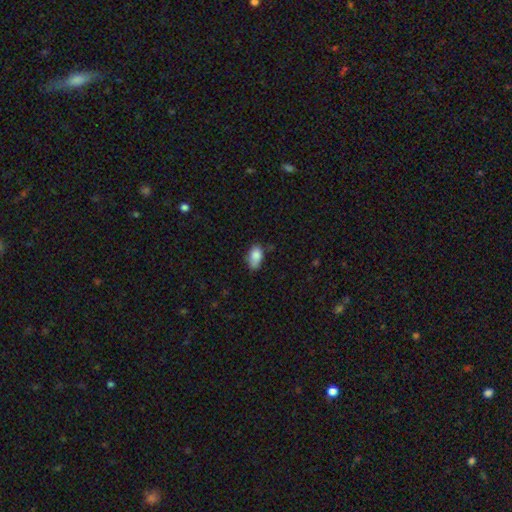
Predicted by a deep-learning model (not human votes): Smooth or featured: smooth — 84% (star or artifact — 8%)
How rounded: in between — 89% (round — 9%)
Merging: none — 54% (minor disturbance — 35%)